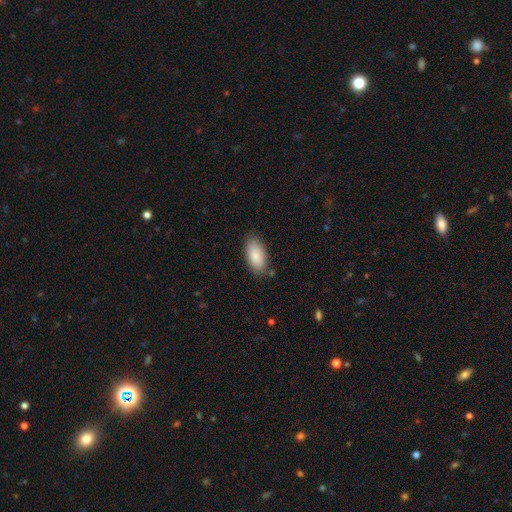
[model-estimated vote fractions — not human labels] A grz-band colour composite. It shows a smooth galaxy with no disk features (87%) that is in between round and cigar-shaped (92%). Merging: none (82%).